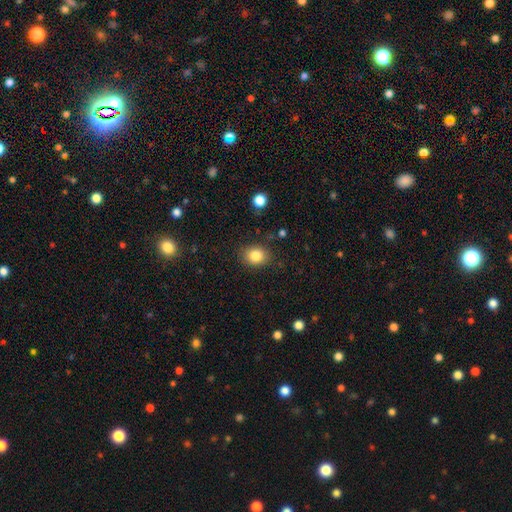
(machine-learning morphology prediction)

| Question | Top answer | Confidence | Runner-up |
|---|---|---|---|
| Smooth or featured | smooth | 83% | star or artifact (10%) |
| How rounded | round | 51% | in between (48%) |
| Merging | none | 85% | minor disturbance (10%) |